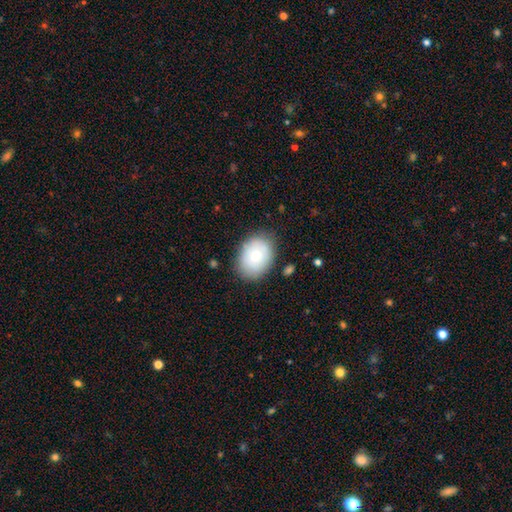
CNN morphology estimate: smooth-or-featured: smooth: 74% | featured or disk: 19% | star or artifact: 7%
  how-rounded: in between: 71% | round: 28% | cigar-shaped: 1%
  merging: none: 78% | minor disturbance: 16% | major disturbance: 4% | merger: 2%